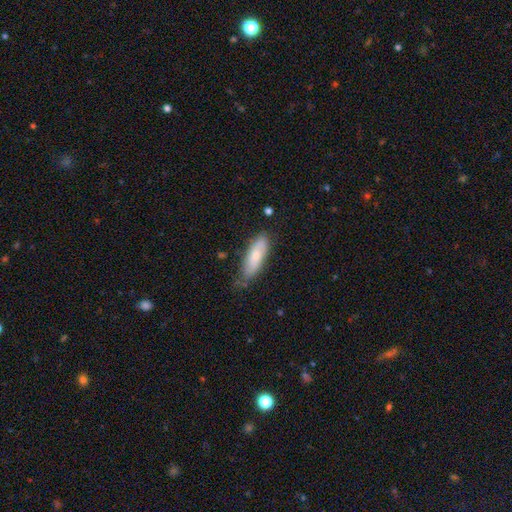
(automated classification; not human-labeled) This is likely a smooth galaxy (68%). How rounded: likely in between (62%). Merging: likely none (67%).